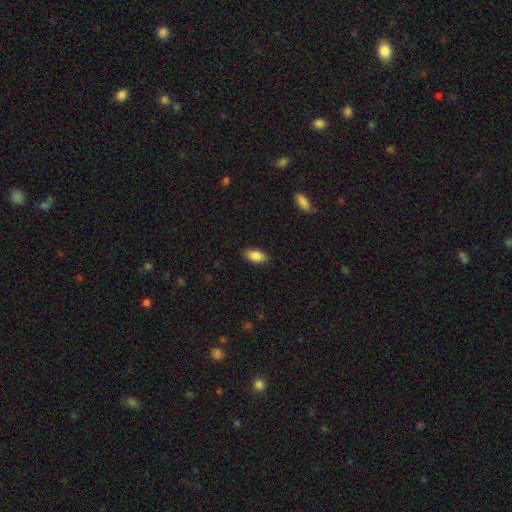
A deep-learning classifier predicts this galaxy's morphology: A smooth galaxy with no disk features (88%) that is in between round and cigar-shaped (93%).

Vote fractions:
- Smooth or featured? smooth: 88% / star or artifact: 7% / featured or disk: 5%
- How rounded? in between: 93% / cigar-shaped: 4% / round: 3%
- Merging? none: 88% / minor disturbance: 9% / major disturbance: 2% / merger: 1%